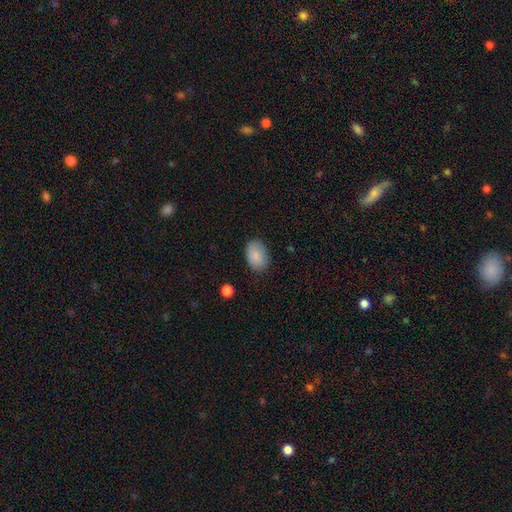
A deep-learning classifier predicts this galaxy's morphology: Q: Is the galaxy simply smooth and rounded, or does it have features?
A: smooth — 88%.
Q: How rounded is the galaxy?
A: in between — 85%.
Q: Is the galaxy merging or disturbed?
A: none — 82%.